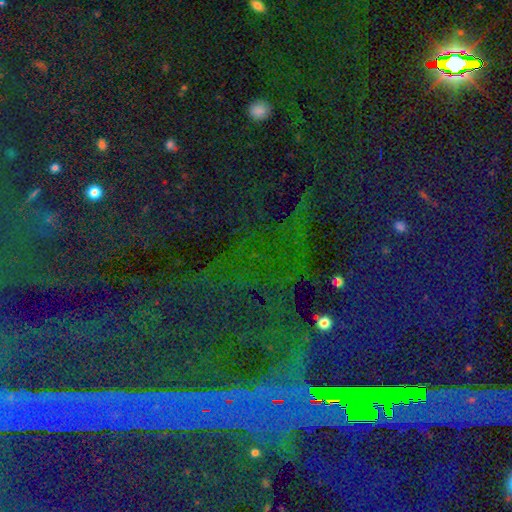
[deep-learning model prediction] Overall: star or artifact (87%).